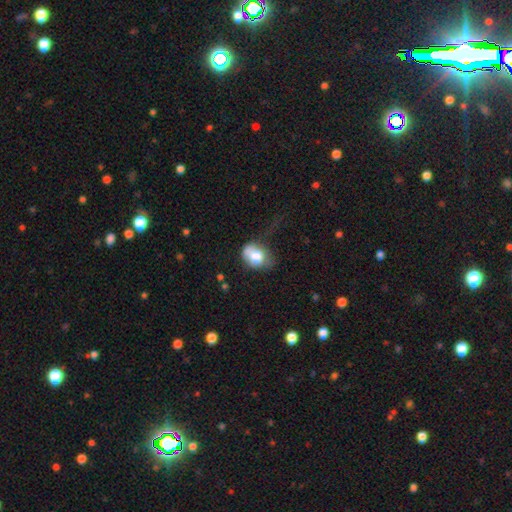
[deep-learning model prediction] Morphology: type=smooth (73%); roundness=in between (55%); merging=none (33%).